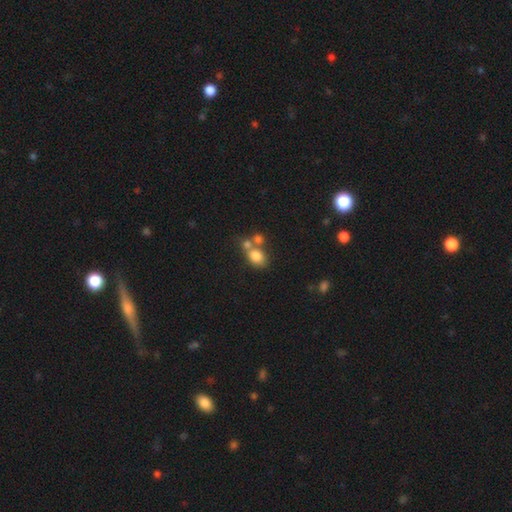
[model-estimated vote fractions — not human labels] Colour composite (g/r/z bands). It shows a smooth galaxy with no disk features (76%) that is in between round and cigar-shaped (52%). Merging: merger (46%).